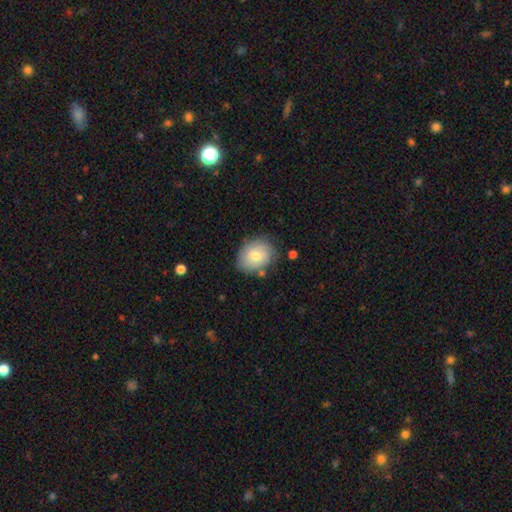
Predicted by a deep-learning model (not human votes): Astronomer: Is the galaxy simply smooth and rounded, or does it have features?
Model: smooth — 71%.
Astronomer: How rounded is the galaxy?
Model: in between — 51% (runner-up: round, 48%).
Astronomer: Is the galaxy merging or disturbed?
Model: none — 75%.